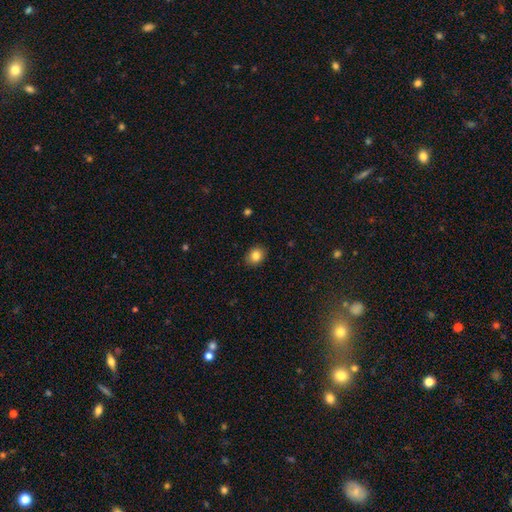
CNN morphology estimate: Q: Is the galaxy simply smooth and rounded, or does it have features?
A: smooth — 84%.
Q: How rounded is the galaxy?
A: round — 53%.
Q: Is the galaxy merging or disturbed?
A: none — 89%.